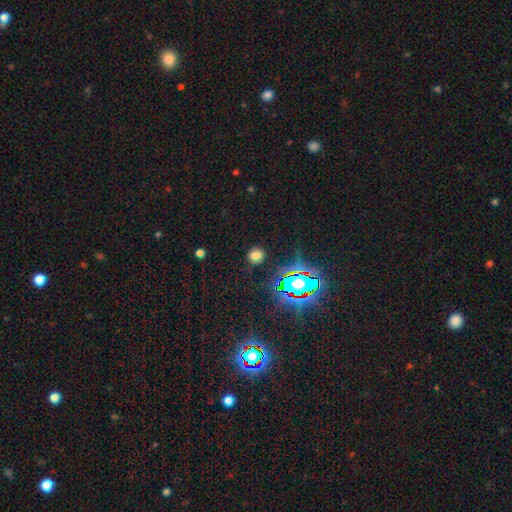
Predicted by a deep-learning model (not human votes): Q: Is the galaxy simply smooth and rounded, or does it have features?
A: smooth — 67%.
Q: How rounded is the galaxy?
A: round — 82%.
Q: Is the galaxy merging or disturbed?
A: none — 87%.